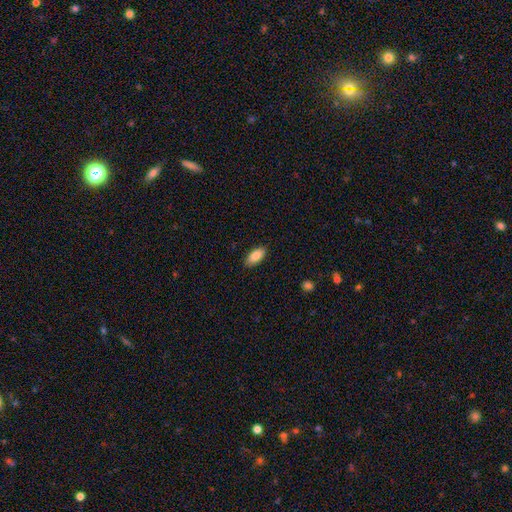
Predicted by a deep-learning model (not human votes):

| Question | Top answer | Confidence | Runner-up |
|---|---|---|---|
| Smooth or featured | smooth | 87% | star or artifact (6%) |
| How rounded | in between | 89% | cigar-shaped (9%) |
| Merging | none | 88% | minor disturbance (9%) |